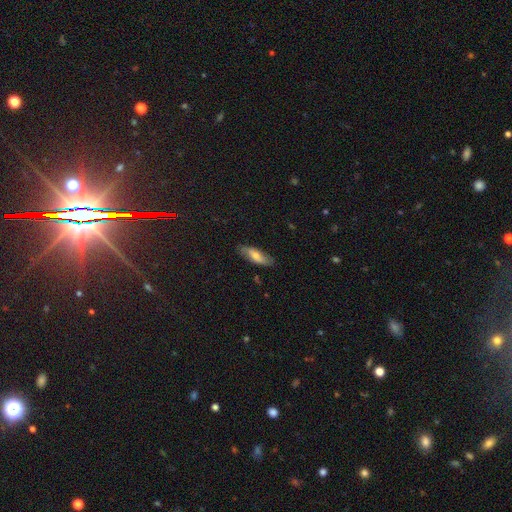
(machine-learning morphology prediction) type=smooth (61%); roundness=in between (61%); merging=none (81%).